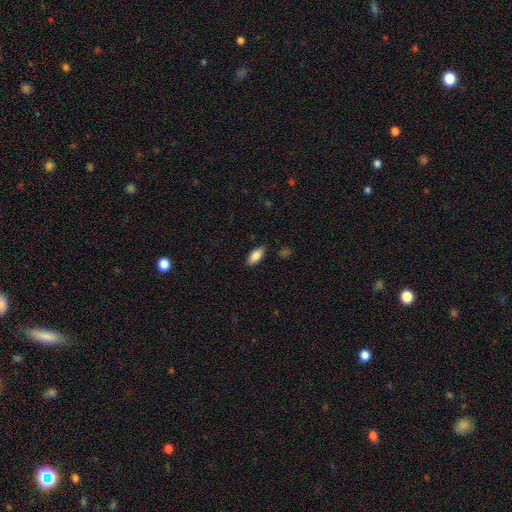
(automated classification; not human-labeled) Smooth or featured?
  - smooth: 85% *
  - featured or disk: 8%
  - star or artifact: 7%
How rounded?
  - in between: 87% *
  - cigar-shaped: 11%
  - round: 2%
Merging?
  - none: 84% *
  - minor disturbance: 12%
  - major disturbance: 2%
  - merger: 1%